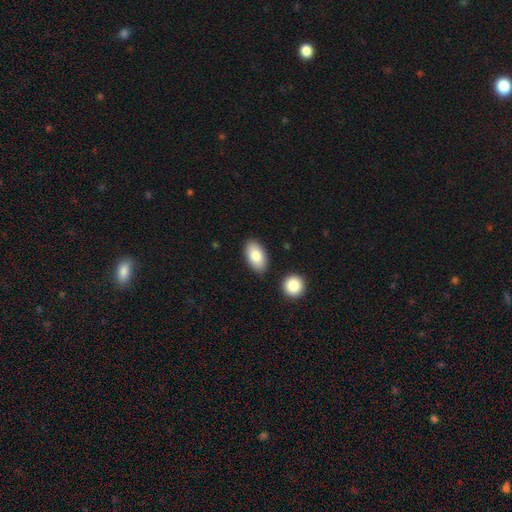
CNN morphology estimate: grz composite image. It shows a smooth galaxy with no disk features (83%) that is in between round and cigar-shaped (94%). Merging: none (83%).